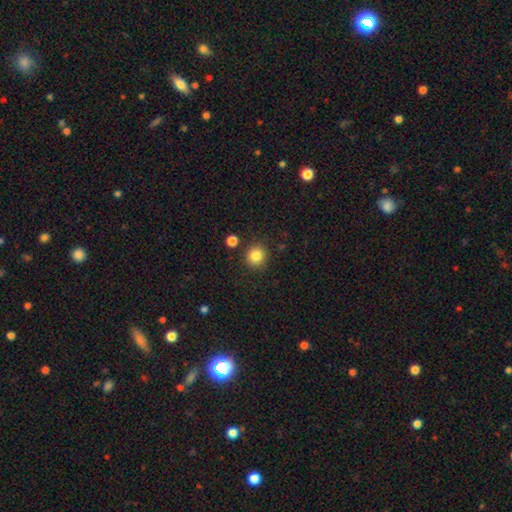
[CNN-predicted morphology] smooth-or-featured: smooth: 85% | star or artifact: 10% | featured or disk: 5%
  how-rounded: round: 92% | in between: 7% | cigar-shaped: 1%
  merging: none: 87% | minor disturbance: 7% | merger: 3% | major disturbance: 3%